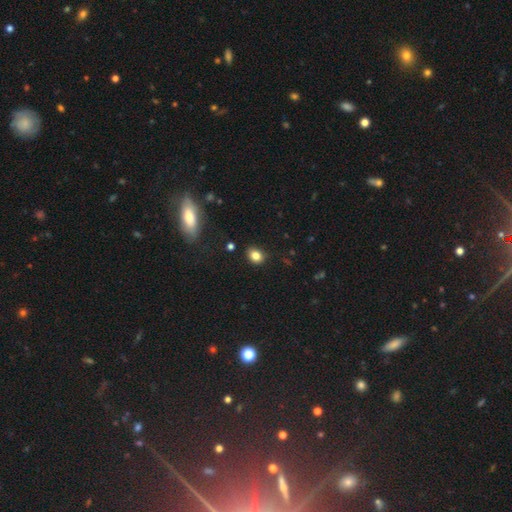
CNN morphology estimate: smooth-or-featured: smooth: 82% | star or artifact: 11% | featured or disk: 7%
  how-rounded: in between: 53% | round: 45% | cigar-shaped: 1%
  merging: none: 82% | minor disturbance: 14% | major disturbance: 3% | merger: 2%